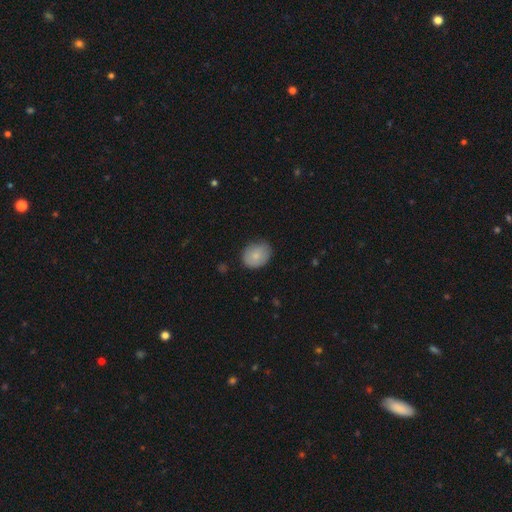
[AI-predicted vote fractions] Smooth or featured: smooth — 81% (featured or disk — 11%)
How rounded: in between — 52% (round — 47%)
Merging: none — 73% (minor disturbance — 22%)